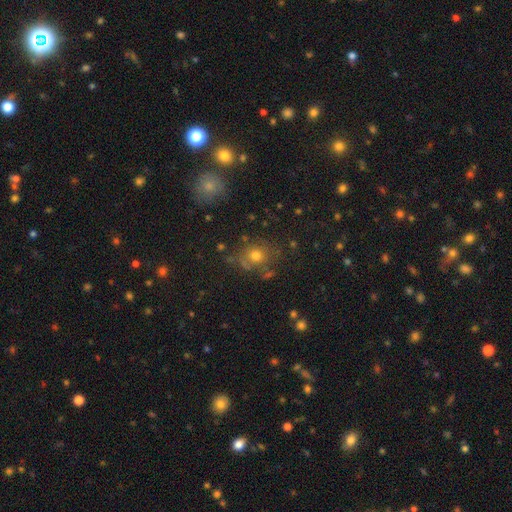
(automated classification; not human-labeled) smooth_or_featured: smooth (p=0.63) [alt: star or artifact p=0.20]
how_rounded: round (p=0.72) [alt: in between p=0.27]
merging: none (p=0.68) [alt: minor disturbance p=0.16]